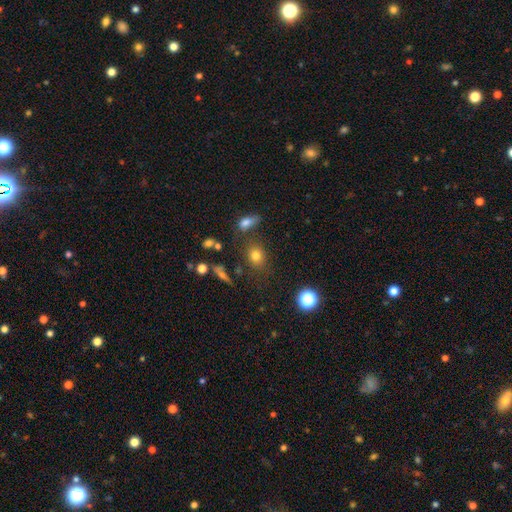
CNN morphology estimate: The model was most divided on "how rounded": round: 58%, in between: 41%, cigar-shaped: 2%. More confident: smooth or featured — smooth (75%); merging — none (73%).